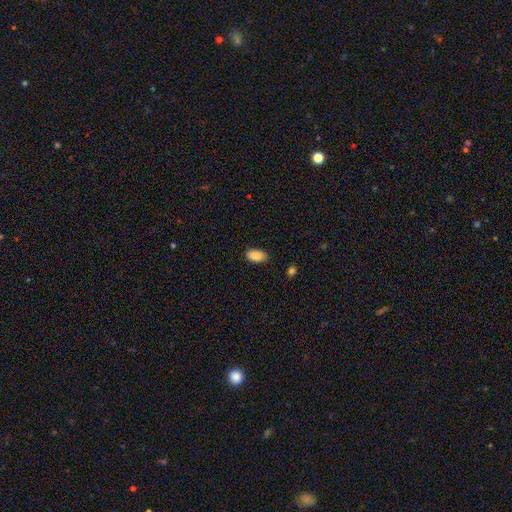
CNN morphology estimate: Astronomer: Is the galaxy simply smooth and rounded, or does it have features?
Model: smooth — 88%.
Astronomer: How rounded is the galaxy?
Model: in between — 94%.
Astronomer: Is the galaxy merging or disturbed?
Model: none — 83%.